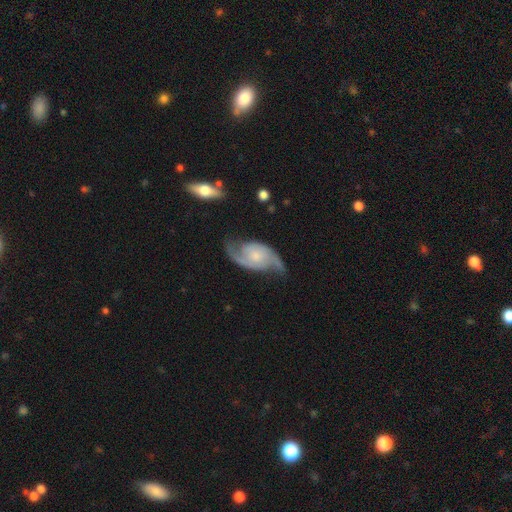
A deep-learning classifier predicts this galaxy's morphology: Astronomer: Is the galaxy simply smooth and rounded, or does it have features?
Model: featured or disk — 88%.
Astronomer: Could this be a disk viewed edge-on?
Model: no — 97%.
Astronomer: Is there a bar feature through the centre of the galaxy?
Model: no — 67%.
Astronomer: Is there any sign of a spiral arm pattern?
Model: yes — 97%.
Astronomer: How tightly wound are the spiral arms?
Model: medium — 46% (runner-up: loose, 35%).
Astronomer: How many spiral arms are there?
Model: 2 — 92%.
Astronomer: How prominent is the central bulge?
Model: small — 50% (runner-up: moderate, 32%).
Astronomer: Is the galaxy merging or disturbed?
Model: none — 68%.